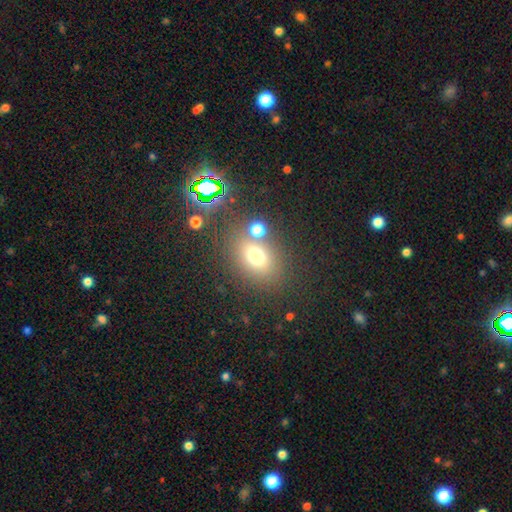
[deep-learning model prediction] Smooth or featured?
  - smooth: 68% *
  - star or artifact: 20%
  - featured or disk: 12%
How rounded?
  - in between: 54% *
  - round: 44%
  - cigar-shaped: 2%
Merging?
  - none: 70% *
  - merger: 13%
  - minor disturbance: 12%
  - major disturbance: 6%